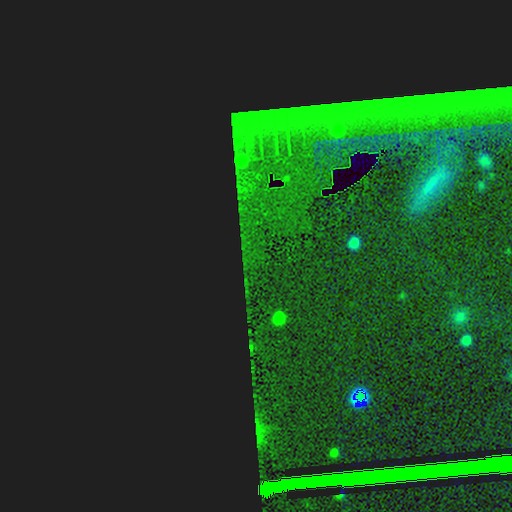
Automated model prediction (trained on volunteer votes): Smooth or featured? Predicted: star or artifact (p=0.83).